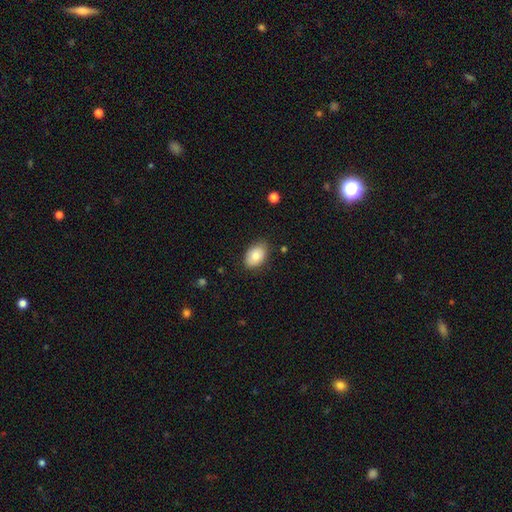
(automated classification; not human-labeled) Q: Smooth or featured?
A: smooth (82%); runner-up: featured or disk (11%)
Q: How rounded?
A: in between (88%); runner-up: round (11%)
Q: Merging?
A: none (82%); runner-up: minor disturbance (14%)